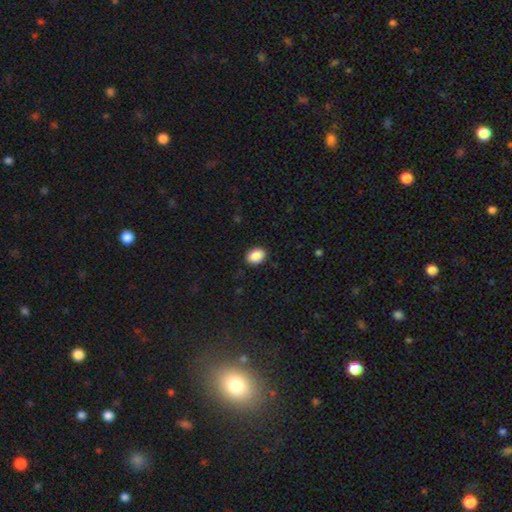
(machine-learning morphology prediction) type=smooth (89%); roundness=in between (72%); merging=none (89%).